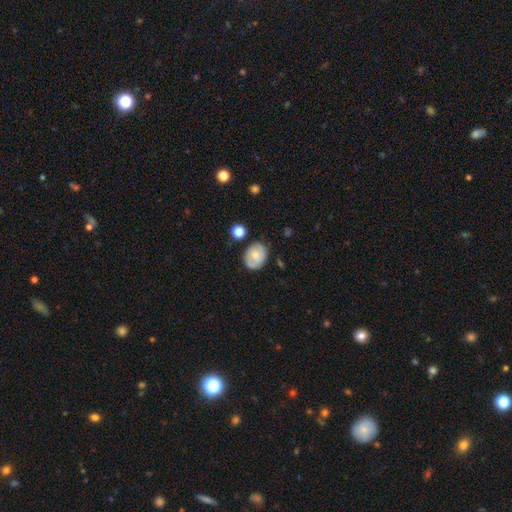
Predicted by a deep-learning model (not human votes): The model was most divided on "how rounded": in between: 50%, round: 49%, cigar-shaped: 1%. More confident: merging — none (70%); smooth or featured — smooth (60%).